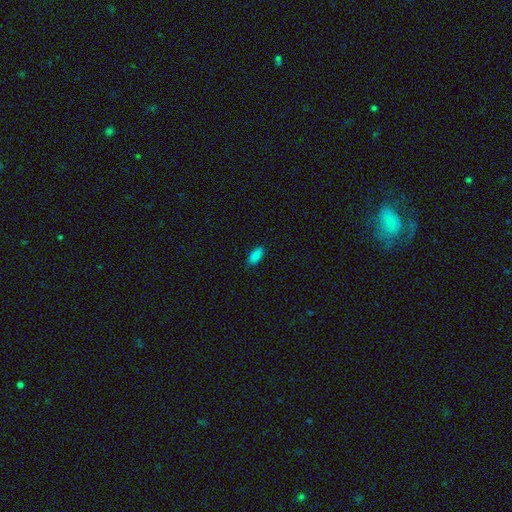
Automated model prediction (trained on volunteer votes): smooth 87%, star or artifact 9%, featured or disk 3%. Down the decision tree: how rounded — in between (91%); merging — none (86%).